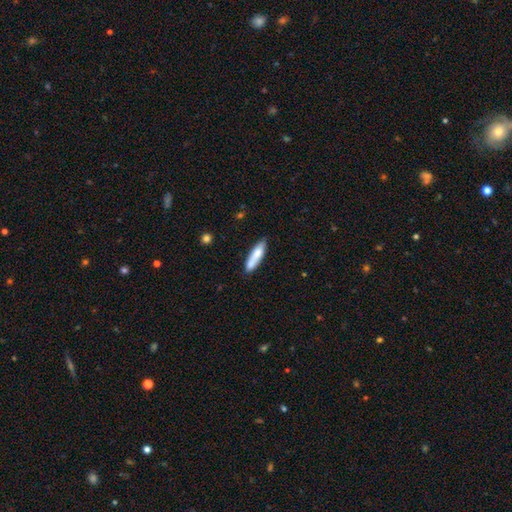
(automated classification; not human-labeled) Smooth or featured: smooth — 78% (featured or disk — 16%)
How rounded: cigar-shaped — 69% (in between — 29%)
Merging: none — 74% (minor disturbance — 18%)